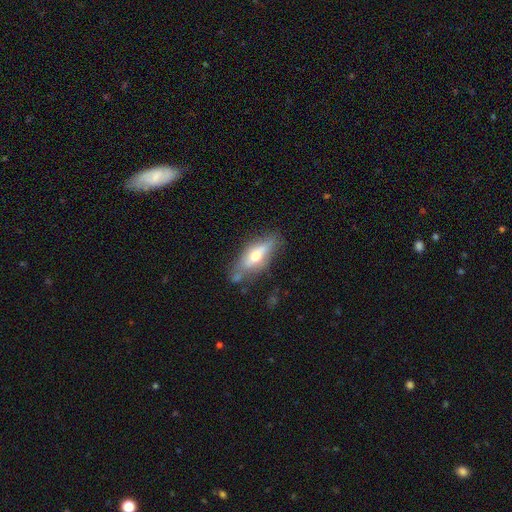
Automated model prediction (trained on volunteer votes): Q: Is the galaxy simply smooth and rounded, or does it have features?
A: featured or disk — 49%.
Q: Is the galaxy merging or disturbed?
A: none — 64%.